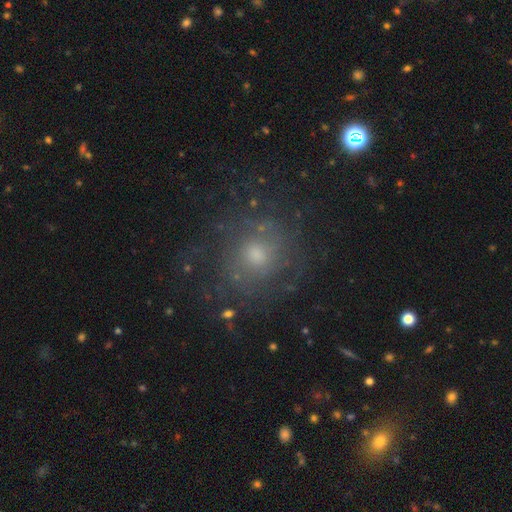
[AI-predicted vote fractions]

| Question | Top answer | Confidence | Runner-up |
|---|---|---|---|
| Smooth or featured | featured or disk | 51% | smooth (31%) |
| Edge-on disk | no | 97% | yes (3%) |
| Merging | none | 73% | minor disturbance (14%) |